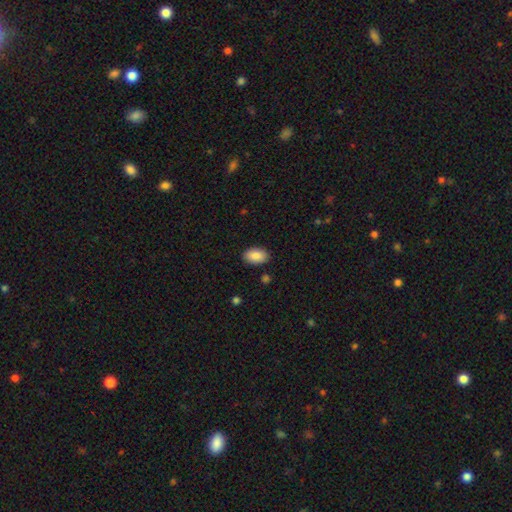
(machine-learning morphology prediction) smooth 88%, star or artifact 7%, featured or disk 5%. Down the decision tree: how rounded — in between (92%); merging — none (88%).